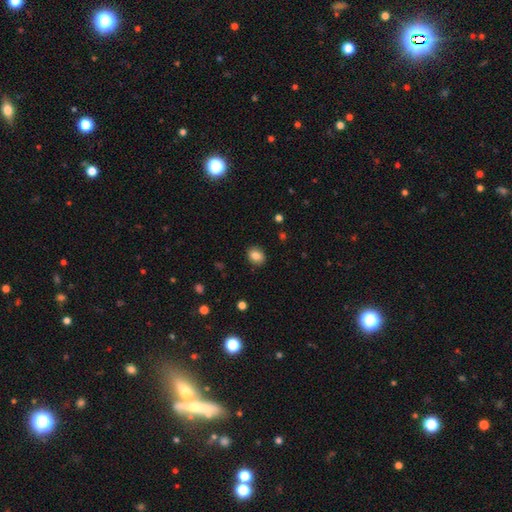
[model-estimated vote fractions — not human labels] A smooth galaxy with no disk features (84%) that is in between round and cigar-shaped (52%).

Vote fractions:
- Smooth or featured? smooth: 84% / star or artifact: 9% / featured or disk: 7%
- How rounded? in between: 52% / round: 47% / cigar-shaped: 1%
- Merging? none: 89% / minor disturbance: 8% / major disturbance: 2% / merger: 1%